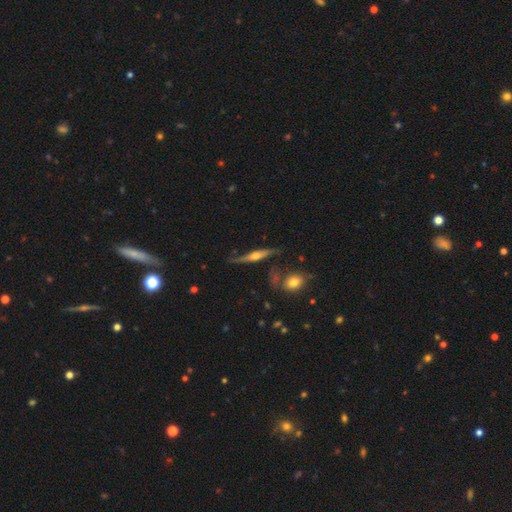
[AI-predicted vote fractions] Smooth or featured?
  - featured or disk: 70% *
  - smooth: 24%
  - star or artifact: 6%
Edge-on disk?
  - yes: 93% *
  - no: 7%
Edge-on bulge?
  - rounded: 88% *
  - boxy: 6%
  - none: 6%
Merging?
  - none: 72% *
  - minor disturbance: 18%
  - merger: 5%
  - major disturbance: 5%